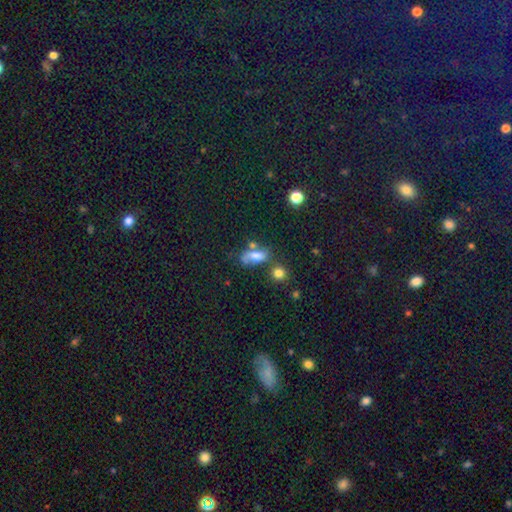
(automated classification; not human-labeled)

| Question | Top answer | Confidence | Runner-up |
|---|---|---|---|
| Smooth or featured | smooth | 59% | featured or disk (25%) |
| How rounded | in between | 78% | round (11%) |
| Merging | none | 40% | merger (22%) |